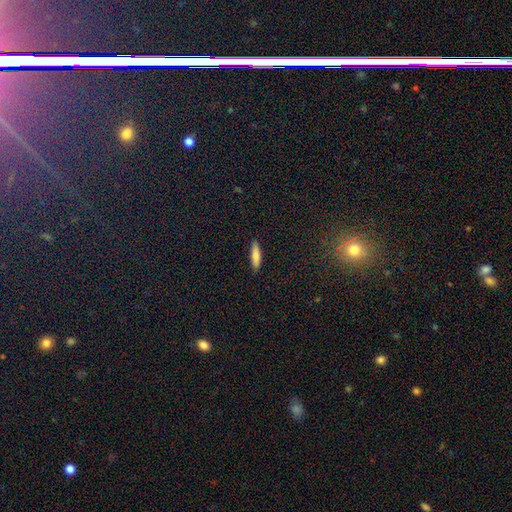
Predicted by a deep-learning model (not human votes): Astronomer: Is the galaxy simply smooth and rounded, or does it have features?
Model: smooth — 83%.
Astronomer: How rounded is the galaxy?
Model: cigar-shaped — 77%.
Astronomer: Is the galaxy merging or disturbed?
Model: none — 90%.